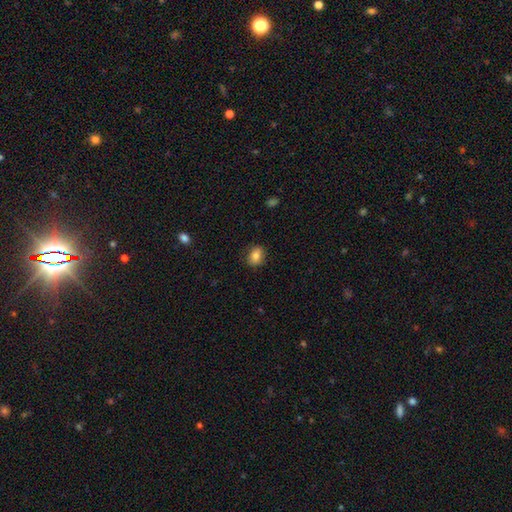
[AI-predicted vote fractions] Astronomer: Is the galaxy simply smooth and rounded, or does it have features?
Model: smooth — 81%.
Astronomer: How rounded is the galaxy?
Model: in between — 57% (runner-up: round, 42%).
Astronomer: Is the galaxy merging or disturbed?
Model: none — 85%.